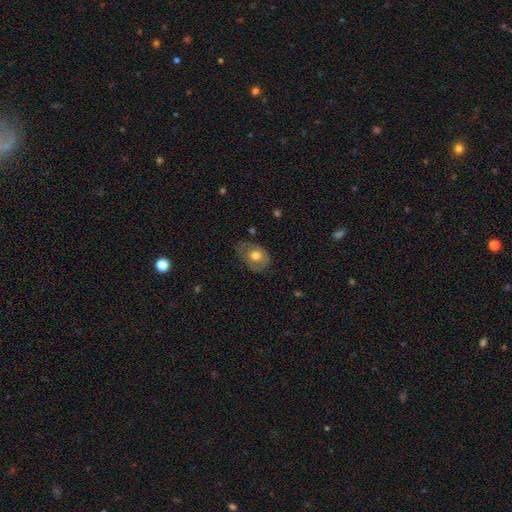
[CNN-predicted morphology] type=smooth (63%); roundness=in between (67%); merging=none (59%).